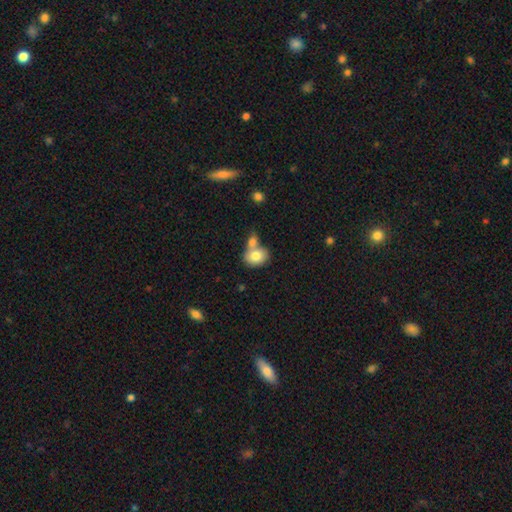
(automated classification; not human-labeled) The model was most divided on "how rounded": in between: 56%, round: 43%, cigar-shaped: 1%. More confident: smooth or featured — smooth (79%); merging — merger (51%).